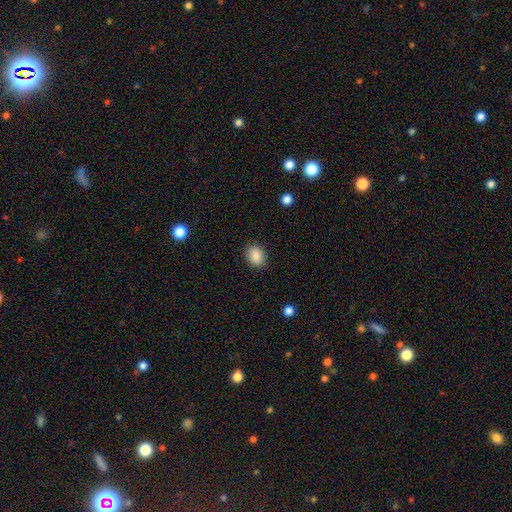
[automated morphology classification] The model was most divided on "how rounded": in between: 57%, round: 42%, cigar-shaped: 1%. More confident: smooth or featured — smooth (88%); merging — none (87%).